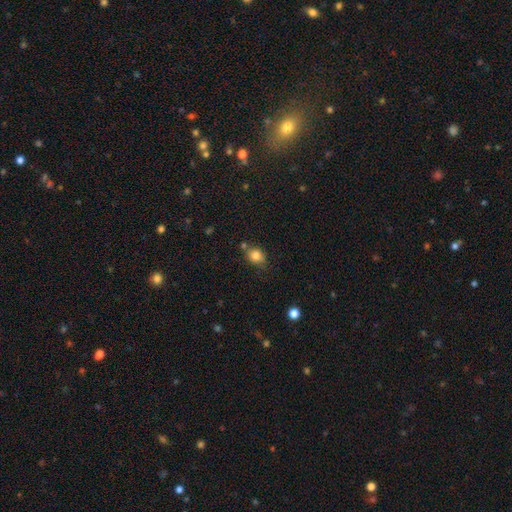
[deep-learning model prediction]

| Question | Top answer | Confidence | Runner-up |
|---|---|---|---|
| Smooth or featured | smooth | 82% | star or artifact (11%) |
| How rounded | round | 65% | in between (34%) |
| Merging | none | 68% | minor disturbance (17%) |